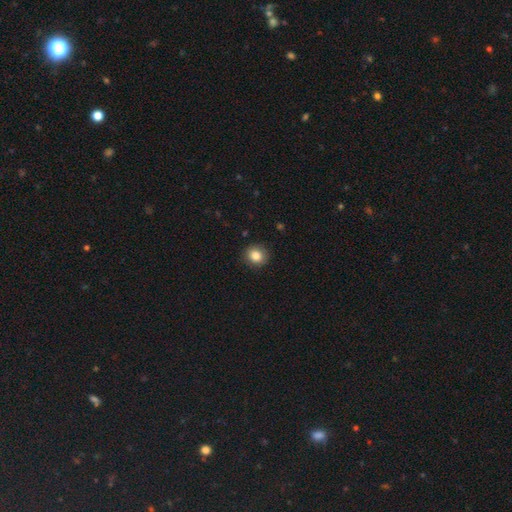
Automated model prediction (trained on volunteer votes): Smooth or featured? smooth (85%)
How rounded? round (84%)
Merging? none (89%)